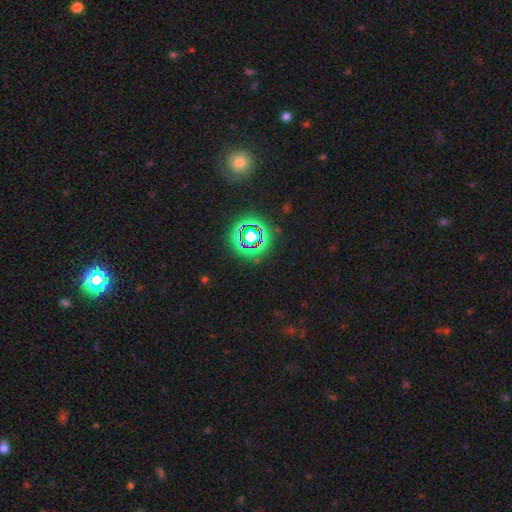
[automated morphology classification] The model was most divided on "smooth or featured": star or artifact: 73%, smooth: 18%, featured or disk: 9%.